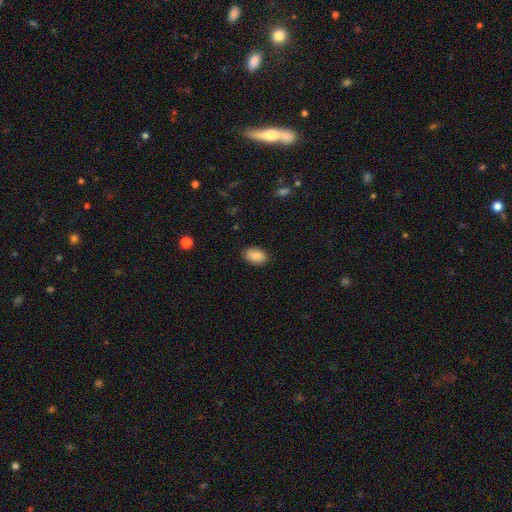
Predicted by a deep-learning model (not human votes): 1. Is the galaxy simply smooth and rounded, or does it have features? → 87% smooth, 7% star or artifact, 6% featured or disk.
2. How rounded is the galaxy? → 91% in between, 7% round, 1% cigar-shaped.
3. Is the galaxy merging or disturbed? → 83% none, 13% minor disturbance, 3% major disturbance, 1% merger.